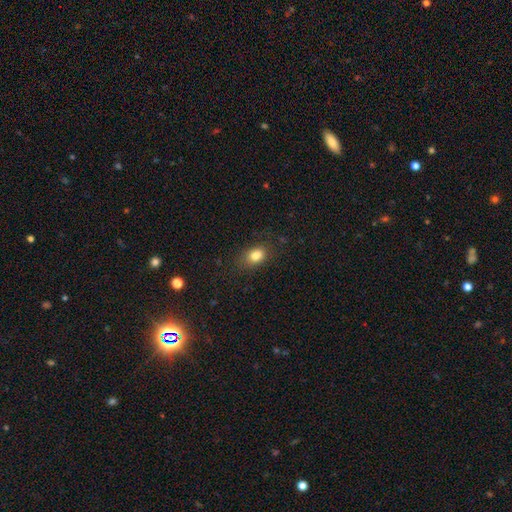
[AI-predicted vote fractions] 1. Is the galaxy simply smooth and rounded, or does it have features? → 82% smooth, 10% star or artifact, 8% featured or disk.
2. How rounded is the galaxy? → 74% in between, 24% round, 2% cigar-shaped.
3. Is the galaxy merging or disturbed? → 75% none, 17% minor disturbance, 6% major disturbance, 2% merger.